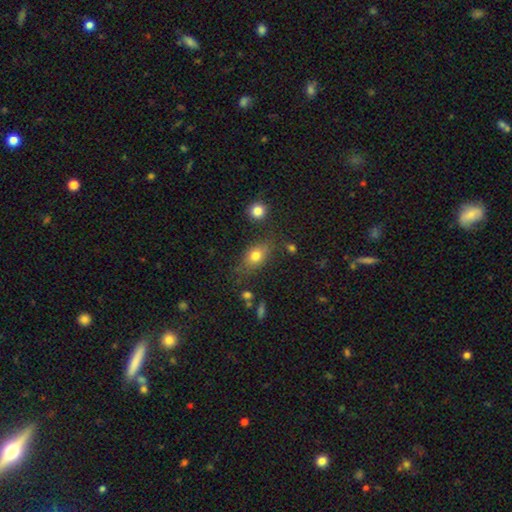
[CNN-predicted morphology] smooth-or-featured: smooth: 77% | featured or disk: 13% | star or artifact: 10%
  how-rounded: in between: 74% | round: 21% | cigar-shaped: 5%
  merging: none: 70% | minor disturbance: 19% | major disturbance: 6% | merger: 5%